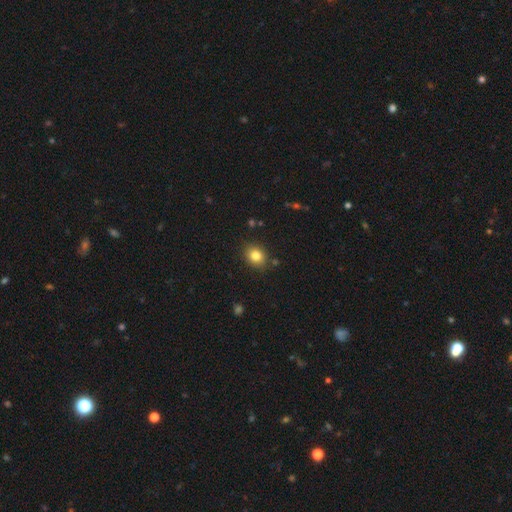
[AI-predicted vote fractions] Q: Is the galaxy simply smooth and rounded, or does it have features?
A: smooth — 82%.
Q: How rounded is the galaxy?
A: round — 59%.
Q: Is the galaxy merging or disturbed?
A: none — 85%.